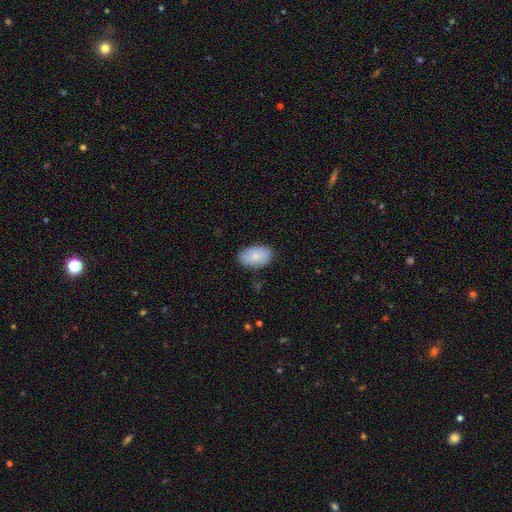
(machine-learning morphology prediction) Smooth or featured?
  - smooth: 75% *
  - featured or disk: 18%
  - star or artifact: 6%
How rounded?
  - in between: 91% *
  - round: 8%
  - cigar-shaped: 1%
Merging?
  - none: 78% *
  - minor disturbance: 17%
  - major disturbance: 3%
  - merger: 1%